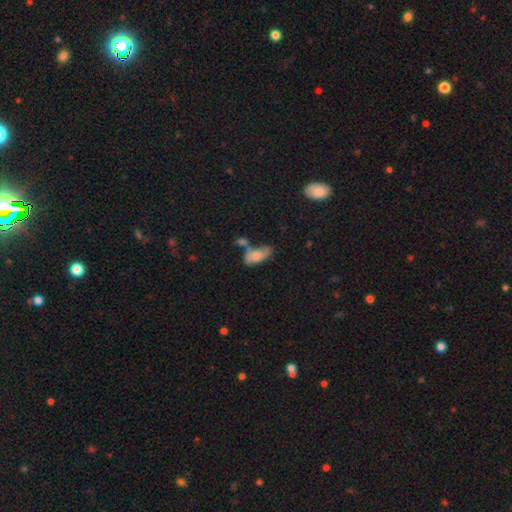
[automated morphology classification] smooth-or-featured: smooth: 58% | featured or disk: 33% | star or artifact: 9%
  how-rounded: in between: 87% | cigar-shaped: 9% | round: 4%
  merging: none: 34% | merger: 28% | minor disturbance: 24% | major disturbance: 14%